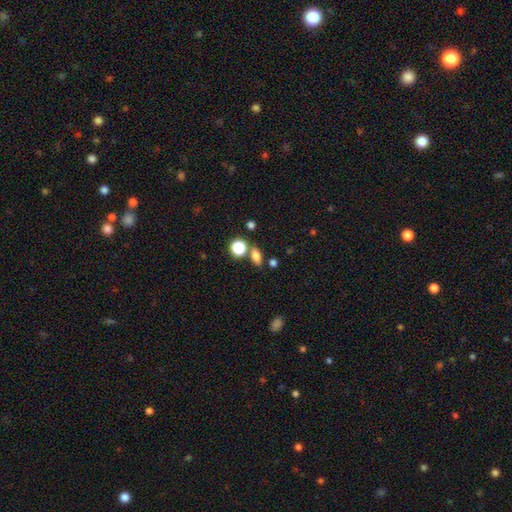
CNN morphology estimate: smooth-or-featured: smooth: 75% | star or artifact: 16% | featured or disk: 9%
  how-rounded: in between: 72% | round: 21% | cigar-shaped: 6%
  merging: none: 72% | merger: 14% | minor disturbance: 10% | major disturbance: 4%